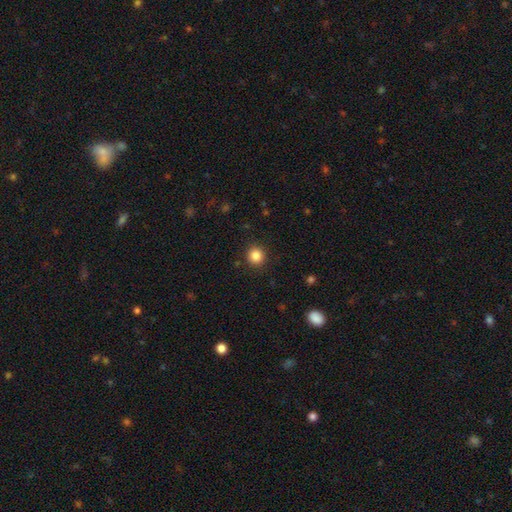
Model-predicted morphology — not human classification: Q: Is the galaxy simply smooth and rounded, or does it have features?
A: smooth — 85%.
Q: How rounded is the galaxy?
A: round — 93%.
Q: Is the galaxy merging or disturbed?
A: none — 91%.